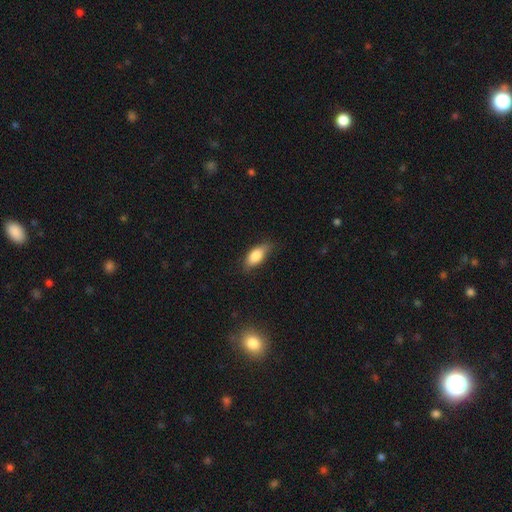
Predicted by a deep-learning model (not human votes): This appears to be a smooth galaxy with no disk features (83%) that is in between round and cigar-shaped (86%). Merging: none (68%).